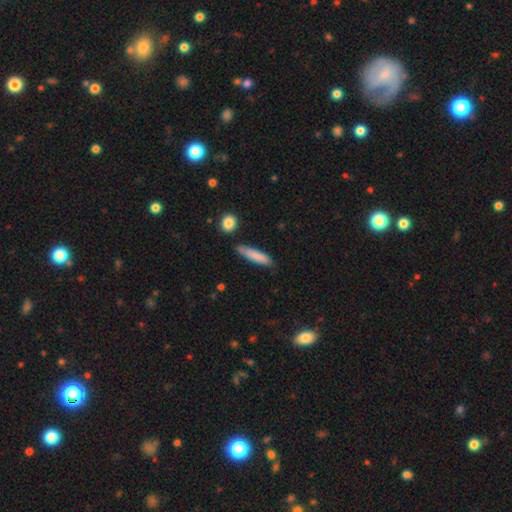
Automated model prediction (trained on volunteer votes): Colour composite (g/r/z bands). It shows a smooth galaxy with no disk features (83%) that is cigar-shaped (85%). Merging: none (83%).